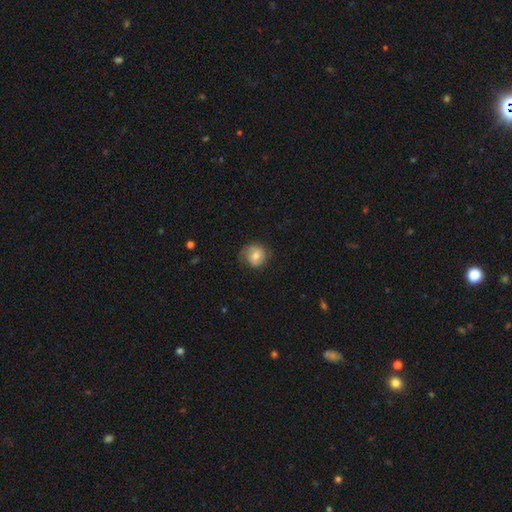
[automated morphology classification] A smooth galaxy with no disk features (71%) that is round (88%). Merging: none (68%).